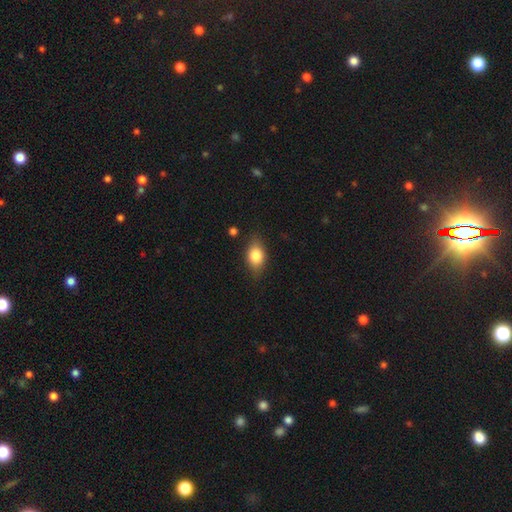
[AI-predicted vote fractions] Smooth or featured: smooth — 80% (featured or disk — 12%)
How rounded: in between — 80% (round — 17%)
Merging: none — 79% (minor disturbance — 16%)